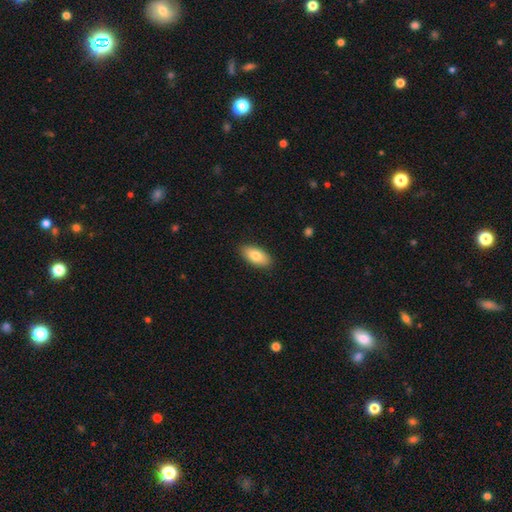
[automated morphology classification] A smooth galaxy with no disk features (81%) that is in between round and cigar-shaped (90%).

Vote fractions:
- Smooth or featured? smooth: 81% / featured or disk: 13% / star or artifact: 6%
- How rounded? in between: 90% / cigar-shaped: 7% / round: 3%
- Merging? none: 89% / minor disturbance: 9% / major disturbance: 2% / merger: 1%